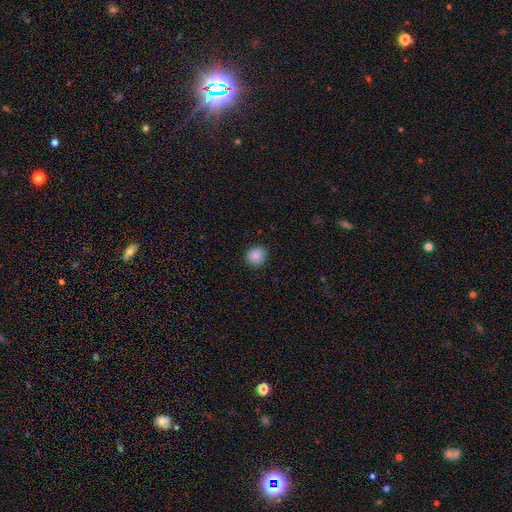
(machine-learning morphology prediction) smooth-or-featured: smooth: 88% | star or artifact: 9% | featured or disk: 3%
  how-rounded: round: 86% | in between: 13% | cigar-shaped: 1%
  merging: none: 90% | minor disturbance: 7% | major disturbance: 2% | merger: 1%